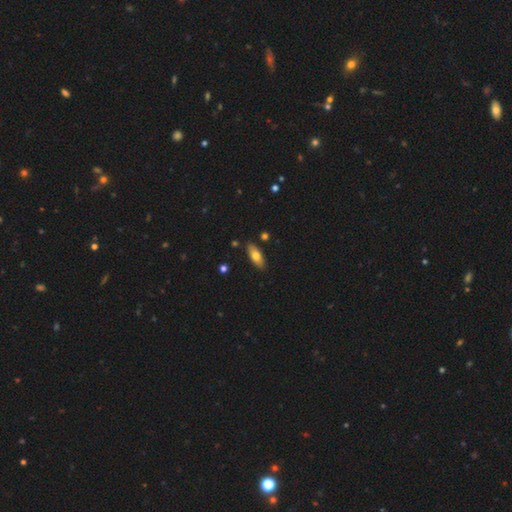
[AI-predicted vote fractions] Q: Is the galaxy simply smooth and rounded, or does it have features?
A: smooth — 67%.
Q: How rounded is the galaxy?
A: in between — 72%.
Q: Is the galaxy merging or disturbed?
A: none — 86%.